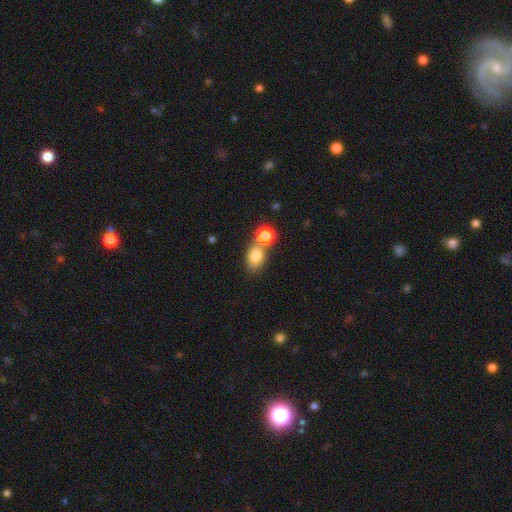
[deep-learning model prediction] Smooth or featured: smooth — 80% (star or artifact — 11%)
How rounded: in between — 68% (round — 31%)
Merging: none — 49% (merger — 36%)